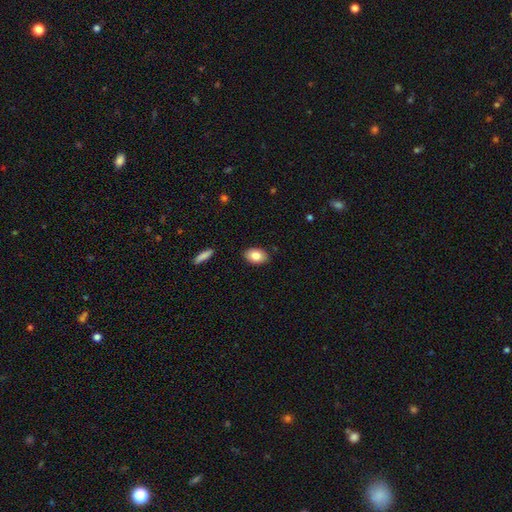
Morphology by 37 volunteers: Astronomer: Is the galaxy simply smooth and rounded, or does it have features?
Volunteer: smooth — 84%.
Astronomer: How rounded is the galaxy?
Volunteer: in between — 90%.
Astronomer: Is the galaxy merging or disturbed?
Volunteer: none — 89%.